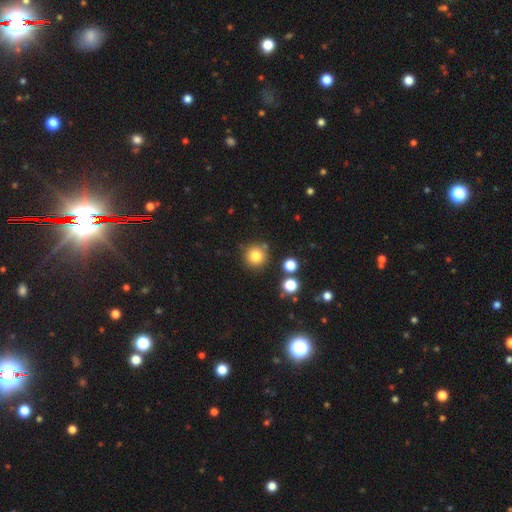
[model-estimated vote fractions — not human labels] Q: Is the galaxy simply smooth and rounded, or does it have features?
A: smooth — 81%.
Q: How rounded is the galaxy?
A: round — 94%.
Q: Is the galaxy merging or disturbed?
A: none — 82%.